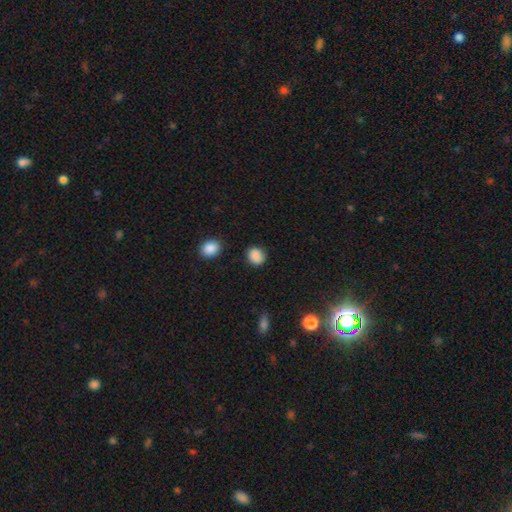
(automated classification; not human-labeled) Q: Smooth or featured?
A: smooth (87%); runner-up: star or artifact (9%)
Q: How rounded?
A: round (73%); runner-up: in between (26%)
Q: Merging?
A: none (82%); runner-up: minor disturbance (13%)